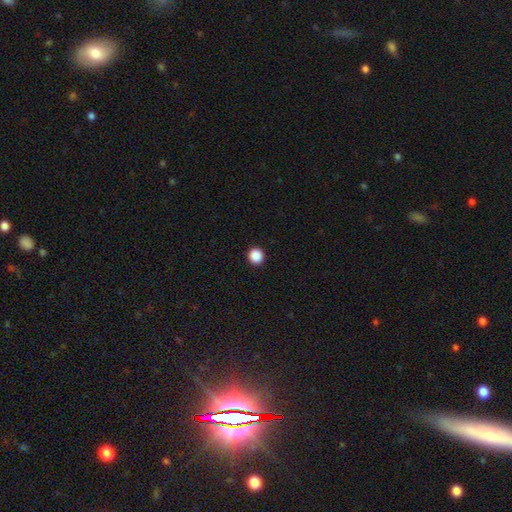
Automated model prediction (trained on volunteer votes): The model was most divided on "smooth or featured": smooth: 88%, star or artifact: 10%, featured or disk: 2%. More confident: merging — none (93%); how rounded — round (92%).